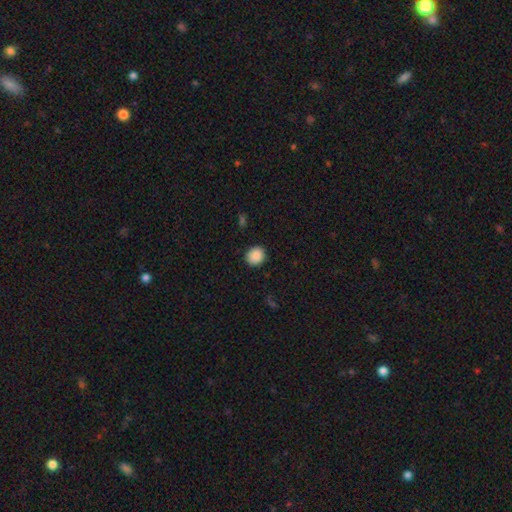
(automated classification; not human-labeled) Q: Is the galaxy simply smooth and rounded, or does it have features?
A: smooth — 89%.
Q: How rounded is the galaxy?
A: round — 80%.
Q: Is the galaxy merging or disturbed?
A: none — 90%.